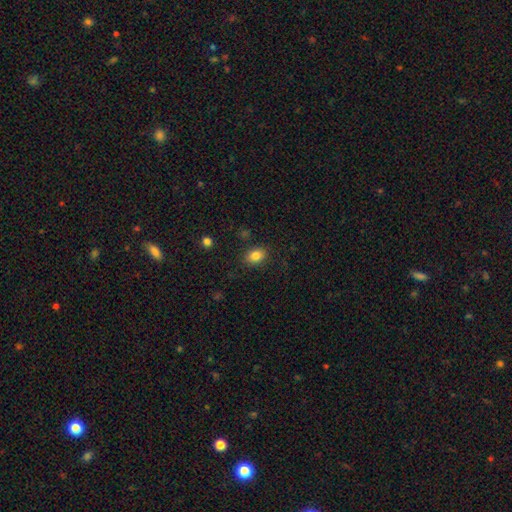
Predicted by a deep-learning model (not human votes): A smooth galaxy with no disk features (83%) that is in between round and cigar-shaped (66%). Merging: none (85%).